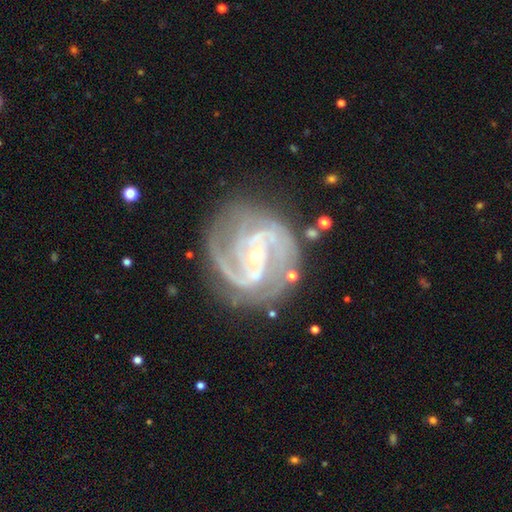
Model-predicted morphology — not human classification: type=featured or disk (91%); edge-on=no (98%); bar=no (41%); spiral arms=yes (98%); winding=tight (51%); arm count=2 (49%); bulge=small (66%); merging=none (72%).